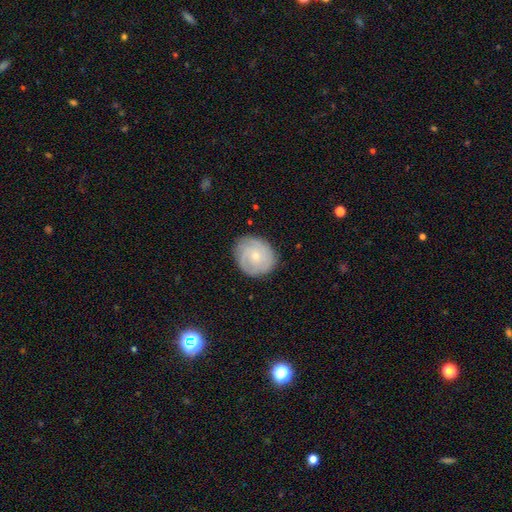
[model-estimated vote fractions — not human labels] This appears to be a featured or disk galaxy (64%) with no bar (77%), tight (66%) spiral arms (89%) and a small central bulge (67%). Merging: none (81%).